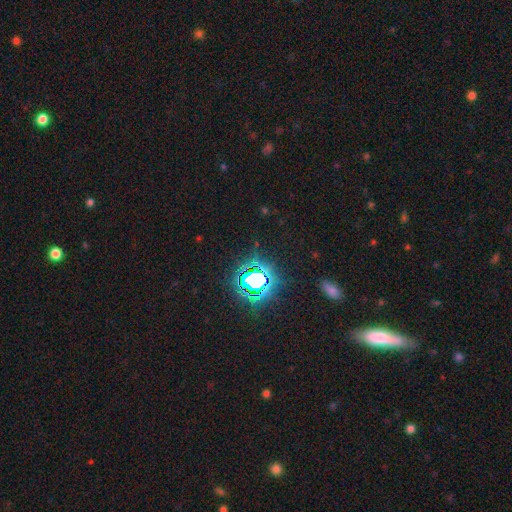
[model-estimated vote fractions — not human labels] Smooth or featured? Predicted: star or artifact (p=0.78).